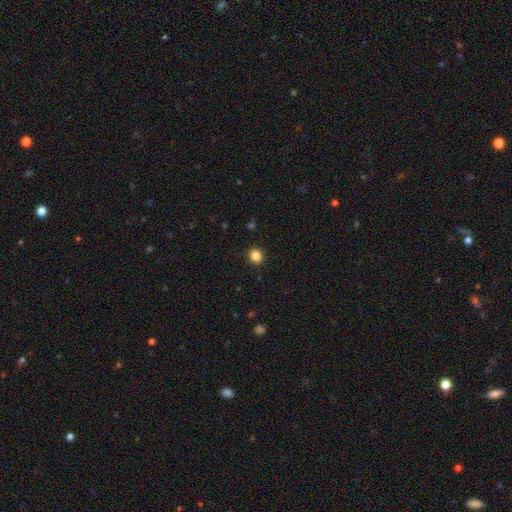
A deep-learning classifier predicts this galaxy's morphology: smooth 85%, star or artifact 11%, featured or disk 4%. Down the decision tree: how rounded — round (84%); merging — none (92%).